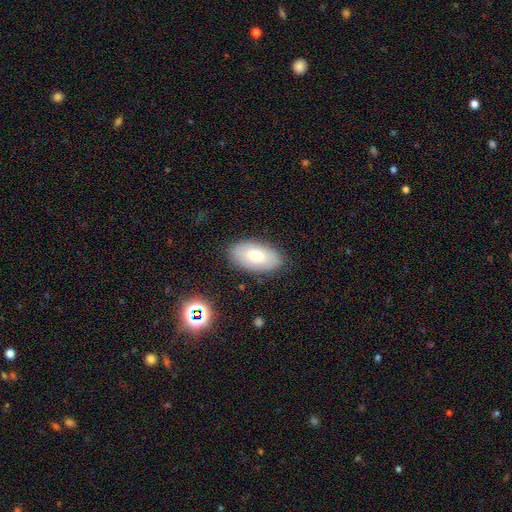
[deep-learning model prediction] smooth-or-featured: smooth: 69% | featured or disk: 23% | star or artifact: 8%
  how-rounded: in between: 95% | round: 3% | cigar-shaped: 2%
  merging: none: 84% | minor disturbance: 12% | major disturbance: 3% | merger: 1%